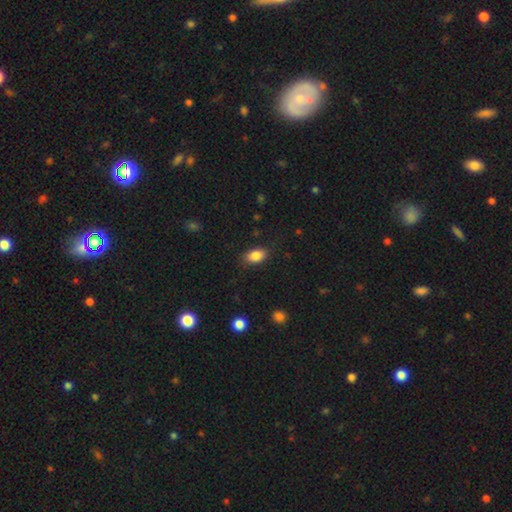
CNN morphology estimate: Smooth or featured? smooth (86%)
How rounded? in between (88%)
Merging? none (83%)